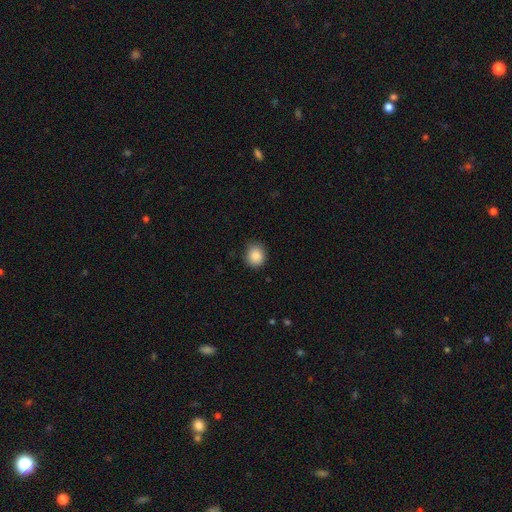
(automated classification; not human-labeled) smooth_or_featured: smooth (p=0.88) [alt: star or artifact p=0.09]
how_rounded: round (p=0.79) [alt: in between p=0.20]
merging: none (p=0.80) [alt: minor disturbance p=0.16]